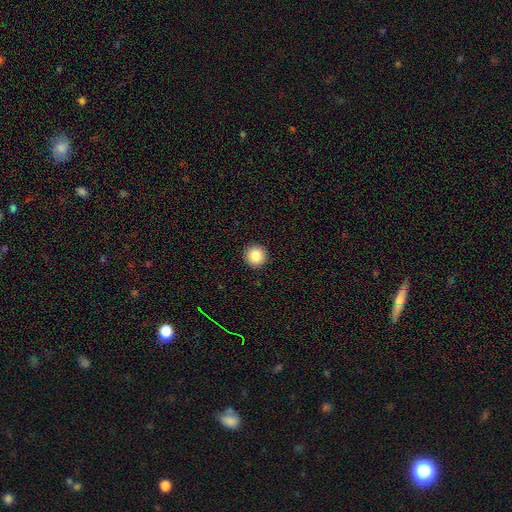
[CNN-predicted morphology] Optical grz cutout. It shows a smooth galaxy with no disk features (84%) that is round (96%). Merging: none (93%).